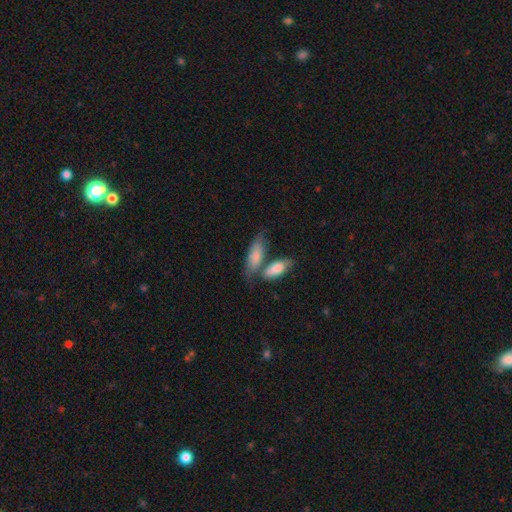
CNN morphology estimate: A smooth galaxy with no disk features (77%) that is in between round and cigar-shaped (73%).

Vote fractions:
- Smooth or featured? smooth: 77% / featured or disk: 17% / star or artifact: 5%
- How rounded? in between: 73% / cigar-shaped: 24% / round: 3%
- Merging? merger: 41% / none: 38% / minor disturbance: 15% / major disturbance: 6%